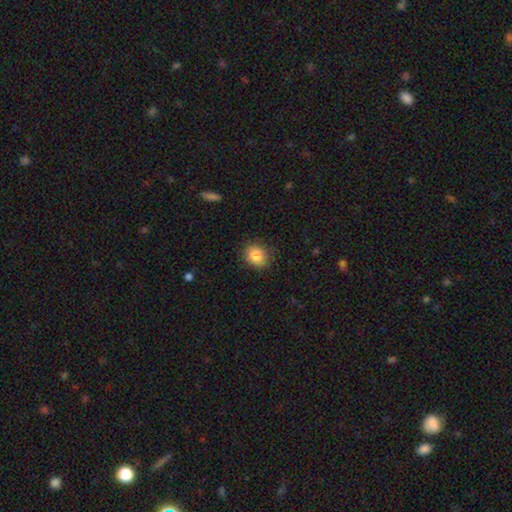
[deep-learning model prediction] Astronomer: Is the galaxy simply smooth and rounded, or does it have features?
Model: smooth — 86%.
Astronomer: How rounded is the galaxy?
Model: round — 60% (runner-up: in between, 39%).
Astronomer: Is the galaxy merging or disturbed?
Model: none — 85%.